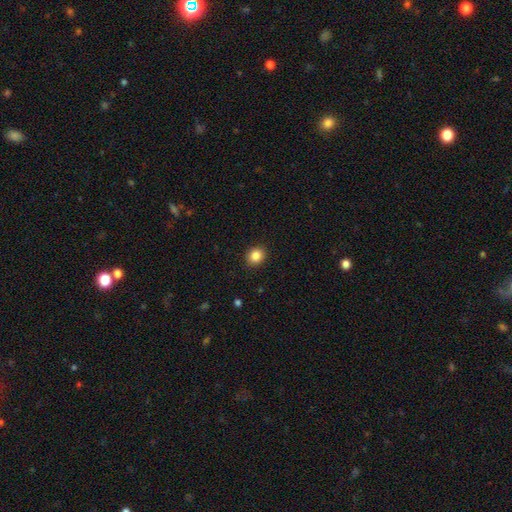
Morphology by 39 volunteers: This appears to be a smooth galaxy with no disk features (85%) that is round (91%). Merging: none (86%).